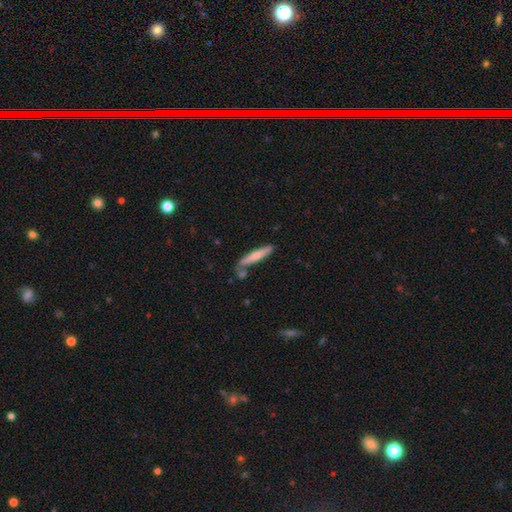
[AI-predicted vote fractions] The model was most divided on "smooth or featured": smooth: 67%, featured or disk: 27%, star or artifact: 5%. More confident: how rounded — cigar-shaped (91%); merging — none (73%).